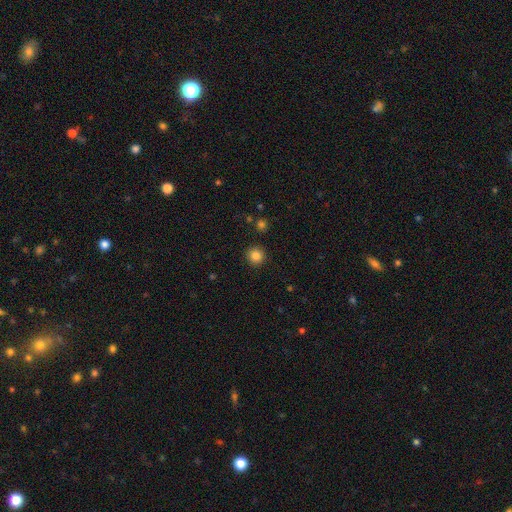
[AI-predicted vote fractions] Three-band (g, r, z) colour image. It shows a smooth galaxy with no disk features (85%) that is round (94%). Merging: none (91%).